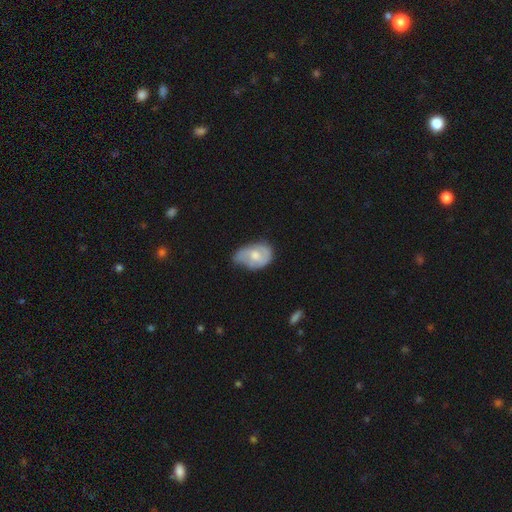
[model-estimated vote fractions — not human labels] Q: Smooth or featured?
A: smooth (48%); runner-up: featured or disk (46%)
Q: Merging?
A: minor disturbance (43%); runner-up: none (39%)